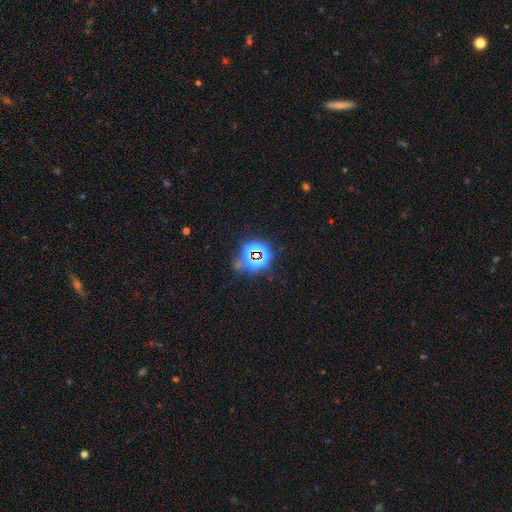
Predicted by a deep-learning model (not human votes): Morphology: type=star or artifact (73%).